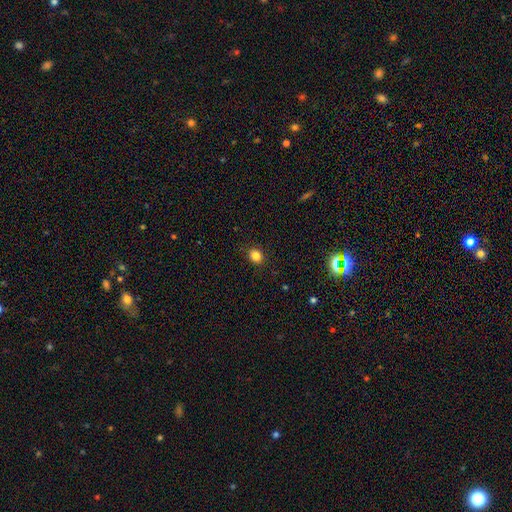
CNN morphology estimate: This is clearly a smooth galaxy (83%). How rounded: likely round (70%). Merging: clearly none (90%).